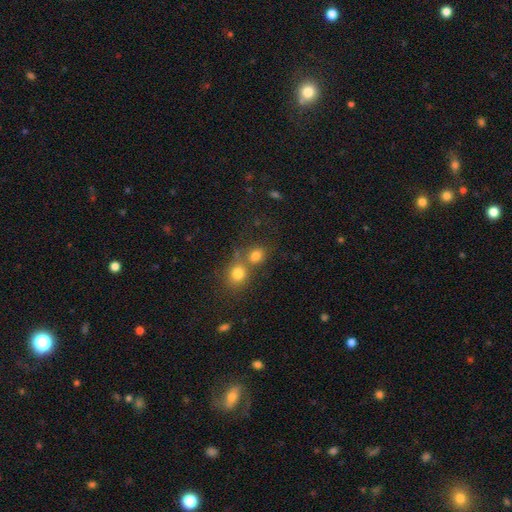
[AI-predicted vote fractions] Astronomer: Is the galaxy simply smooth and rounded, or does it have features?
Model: smooth — 78%.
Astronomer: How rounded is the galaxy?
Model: round — 63%.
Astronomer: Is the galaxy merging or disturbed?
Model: none — 45% (runner-up: merger, 43%).